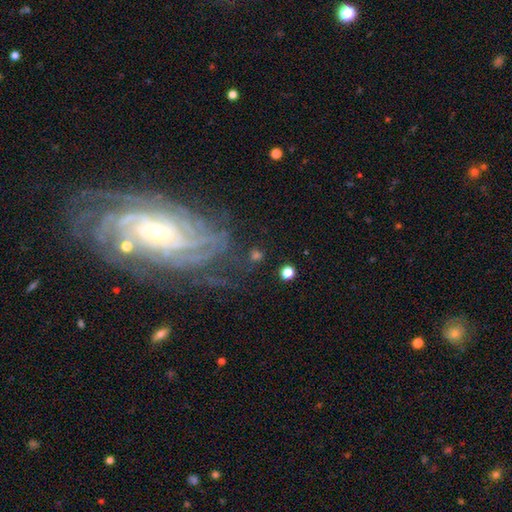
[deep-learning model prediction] This appears to be a featured or disk galaxy (57%) with no bar (55%), spiral arms (81%) and a small central bulge (54%). Merging: none (67%).